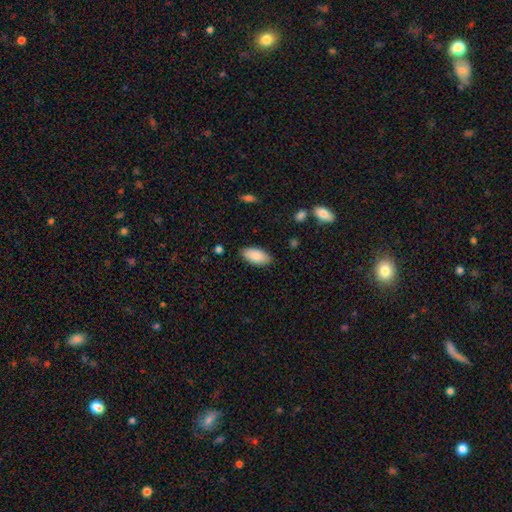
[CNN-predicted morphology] Smooth or featured: smooth — 87% (featured or disk — 7%)
How rounded: in between — 94% (cigar-shaped — 4%)
Merging: none — 85% (minor disturbance — 11%)